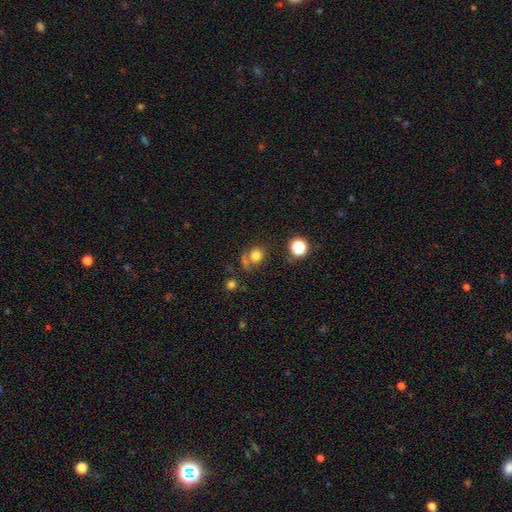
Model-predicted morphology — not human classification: A smooth galaxy with no disk features (76%) that is round (76%). Merging: none (56%).